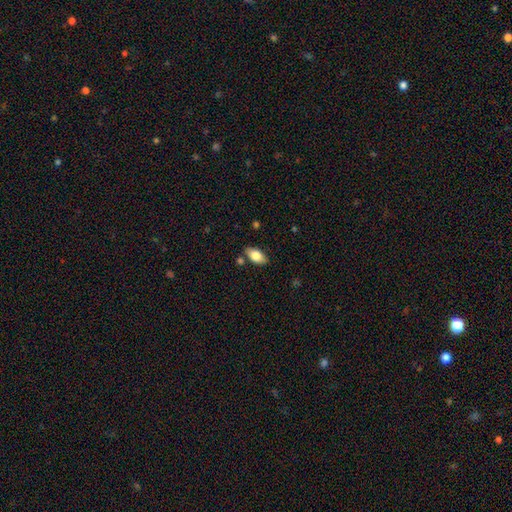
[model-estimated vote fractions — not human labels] smooth 80%, featured or disk 13%, star or artifact 7%. Down the decision tree: how rounded — in between (92%); merging — none (80%).